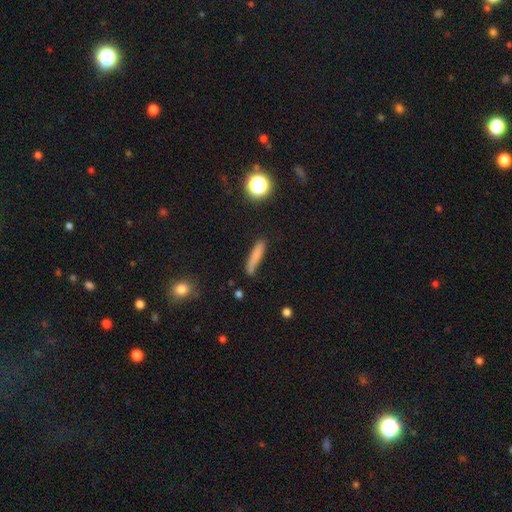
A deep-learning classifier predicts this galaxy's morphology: type=smooth (75%); roundness=cigar-shaped (86%); merging=none (71%).